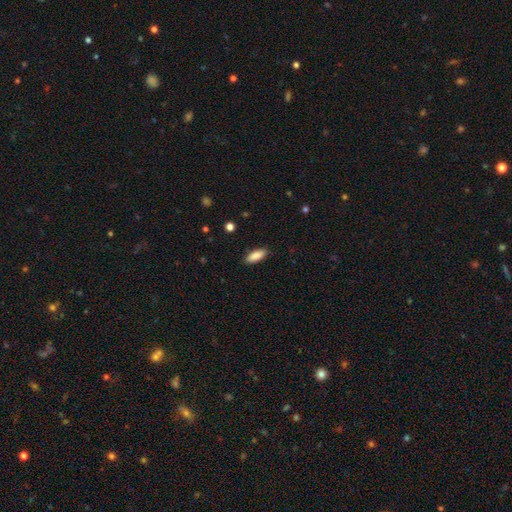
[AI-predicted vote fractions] smooth 89%, star or artifact 6%, featured or disk 5%. Down the decision tree: how rounded — in between (75%); merging — none (88%).